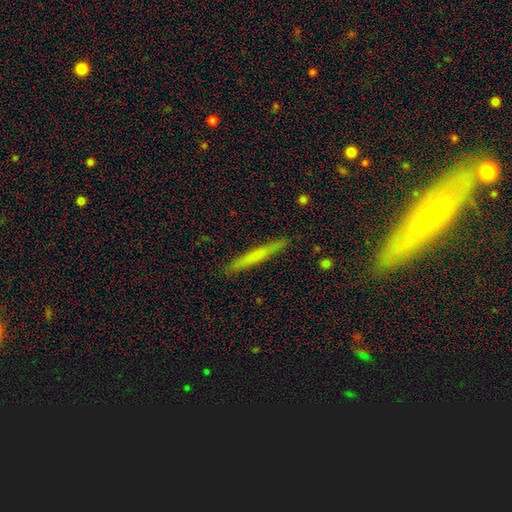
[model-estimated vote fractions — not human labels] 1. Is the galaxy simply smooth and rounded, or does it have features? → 60% smooth, 34% featured or disk, 7% star or artifact.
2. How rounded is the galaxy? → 96% cigar-shaped, 2% in between, 1% round.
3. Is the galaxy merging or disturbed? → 90% none, 8% minor disturbance, 2% major disturbance, 1% merger.